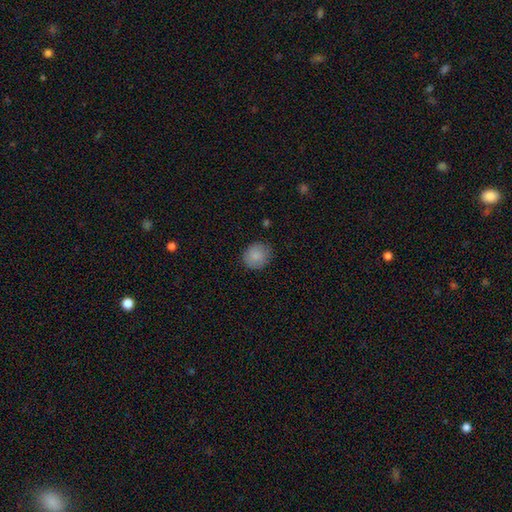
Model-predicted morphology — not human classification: smooth_or_featured: smooth (p=0.87) [alt: star or artifact p=0.08]
how_rounded: round (p=0.80) [alt: in between p=0.20]
merging: none (p=0.83) [alt: minor disturbance p=0.13]